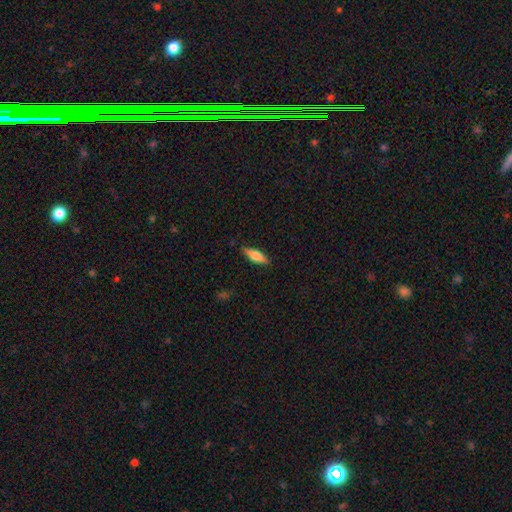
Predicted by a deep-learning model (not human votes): Q: Smooth or featured?
A: smooth (64%); runner-up: featured or disk (29%)
Q: How rounded?
A: in between (50%); runner-up: cigar-shaped (47%)
Q: Merging?
A: none (83%); runner-up: minor disturbance (13%)